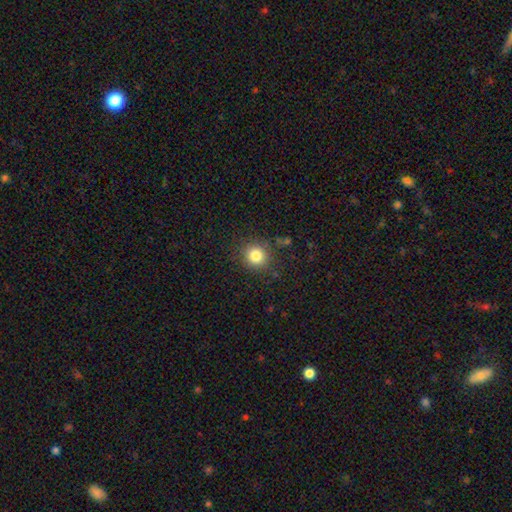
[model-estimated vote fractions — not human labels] Smooth or featured? Predicted: smooth (p=0.82). How rounded? Predicted: round (p=0.89). Merging? Predicted: none (p=0.86).